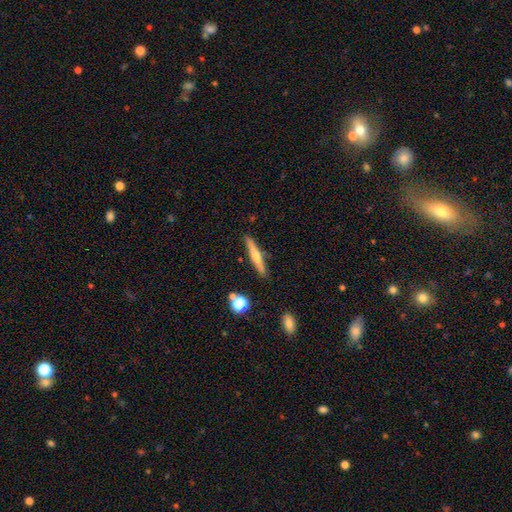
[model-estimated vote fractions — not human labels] This is possibly a featured or disk galaxy (49%). Merging: clearly none (88%).